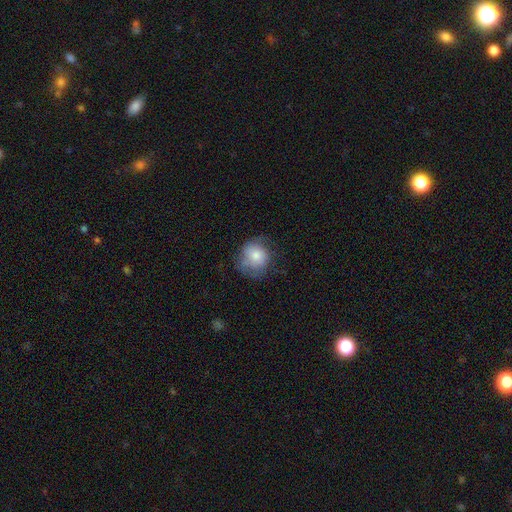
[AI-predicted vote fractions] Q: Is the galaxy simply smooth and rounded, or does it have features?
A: smooth — 72%.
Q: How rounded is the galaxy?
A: round — 78%.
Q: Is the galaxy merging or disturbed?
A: none — 53%.